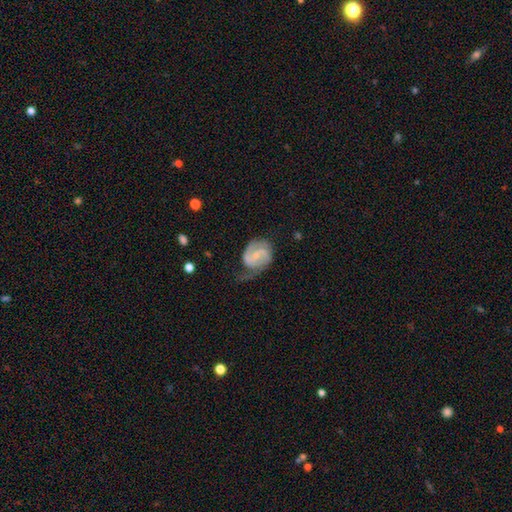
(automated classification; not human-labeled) smooth_or_featured: featured or disk (p=0.84) [alt: smooth p=0.11]
disk_edge_on: no (p=0.98) [alt: yes p=0.02]
bar: weak (p=0.50) [alt: no p=0.33]
has_spiral_arms: yes (p=0.96) [alt: no p=0.04]
spiral_winding: medium (p=0.48) [alt: tight p=0.35]
spiral_arm_count: 2 (p=0.83) [alt: 1 p=0.07]
bulge_size: small (p=0.54) [alt: none p=0.23]
merging: none (p=0.52) [alt: minor disturbance p=0.27]